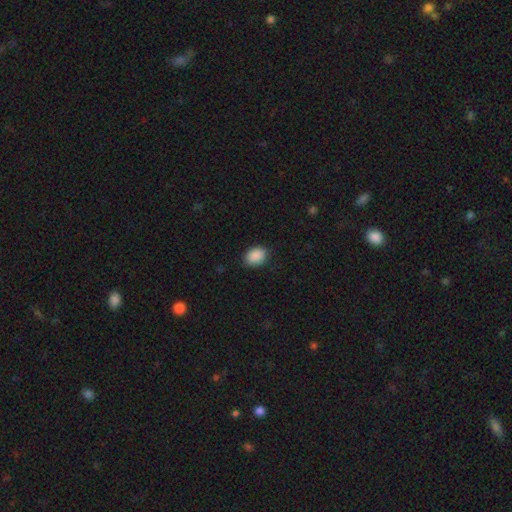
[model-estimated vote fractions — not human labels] A smooth galaxy with no disk features (90%) that is in between round and cigar-shaped (69%).

Vote fractions:
- Smooth or featured? smooth: 90% / star or artifact: 7% / featured or disk: 3%
- How rounded? in between: 69% / round: 30% / cigar-shaped: 1%
- Merging? none: 85% / minor disturbance: 12% / major disturbance: 3% / merger: 1%